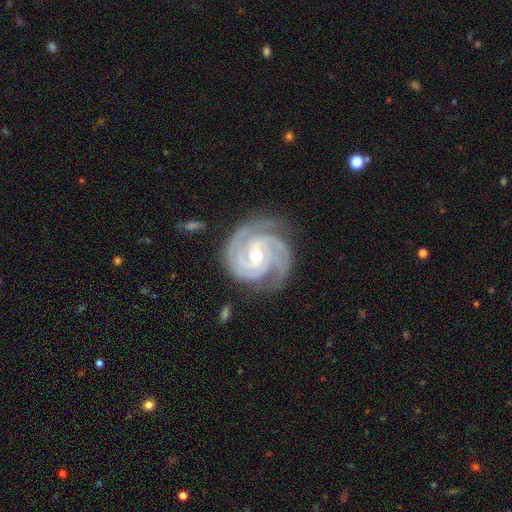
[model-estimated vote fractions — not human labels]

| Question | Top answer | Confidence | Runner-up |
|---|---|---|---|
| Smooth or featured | featured or disk | 93% | star or artifact (4%) |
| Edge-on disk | no | 98% | yes (2%) |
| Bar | no | 45% | weak (41%) |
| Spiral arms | yes | 99% | no (1%) |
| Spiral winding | tight | 76% | medium (22%) |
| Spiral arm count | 3 | 51% | 4 (16%) |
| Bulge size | moderate | 56% | small (41%) |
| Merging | none | 79% | minor disturbance (15%) |